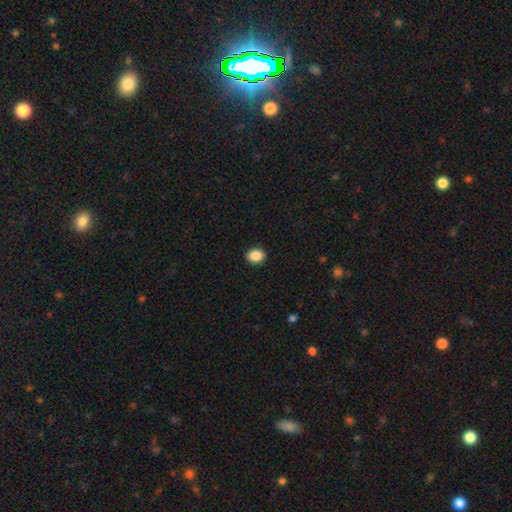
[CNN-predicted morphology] smooth 88%, star or artifact 9%, featured or disk 3%. Down the decision tree: how rounded — round (58%); merging — none (91%).